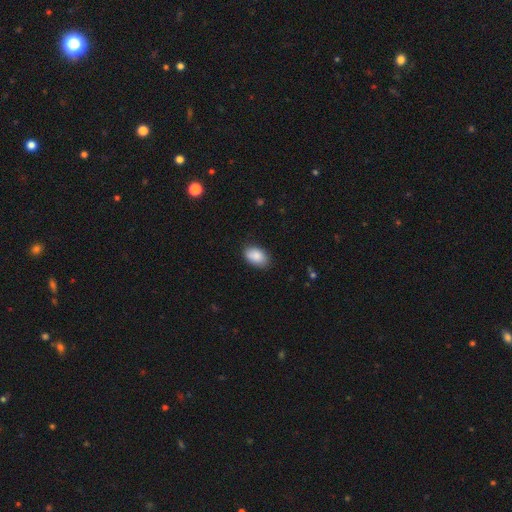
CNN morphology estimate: Overall: smooth (88%). How rounded: in between (91%). Merging: none (83%).